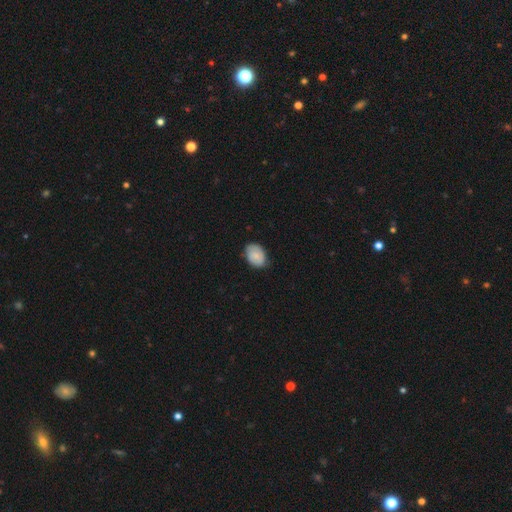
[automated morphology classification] Smooth or featured? smooth (77%)
How rounded? in between (76%)
Merging? none (73%)